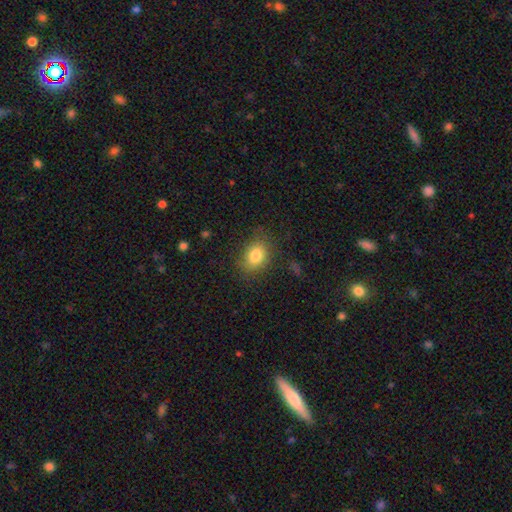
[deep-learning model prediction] Smooth or featured?
  - smooth: 81% *
  - star or artifact: 10%
  - featured or disk: 9%
How rounded?
  - in between: 65% *
  - round: 33%
  - cigar-shaped: 1%
Merging?
  - none: 78% *
  - minor disturbance: 15%
  - major disturbance: 5%
  - merger: 1%